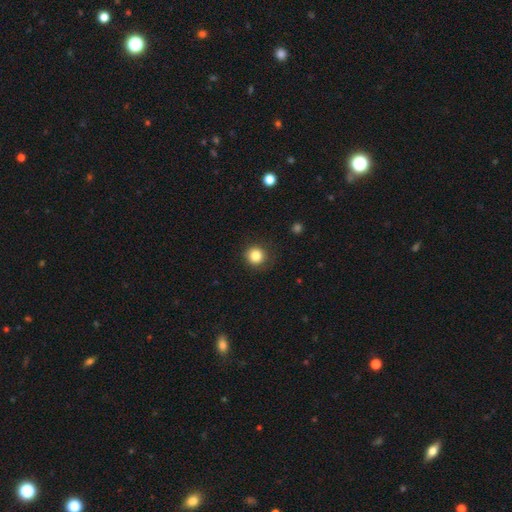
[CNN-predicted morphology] type=smooth (83%); roundness=round (92%); merging=none (86%).